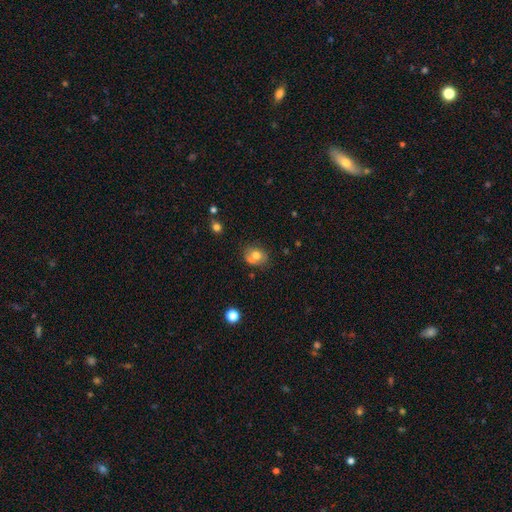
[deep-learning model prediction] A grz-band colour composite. It shows a smooth galaxy with no disk features (69%) that is round (52%). Merging: none (54%).